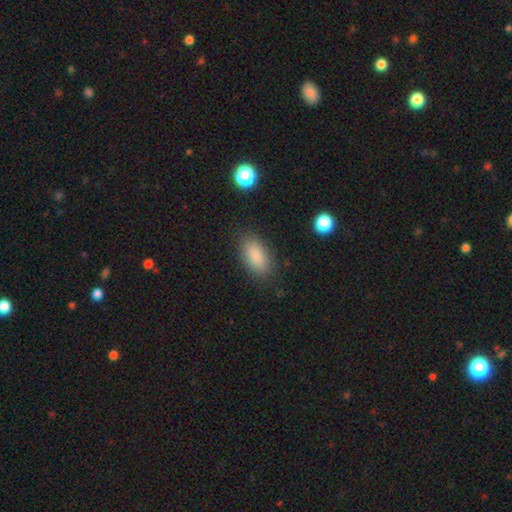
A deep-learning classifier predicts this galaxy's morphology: Smooth or featured: smooth — 88% (star or artifact — 8%)
How rounded: in between — 91% (cigar-shaped — 5%)
Merging: none — 86% (minor disturbance — 10%)